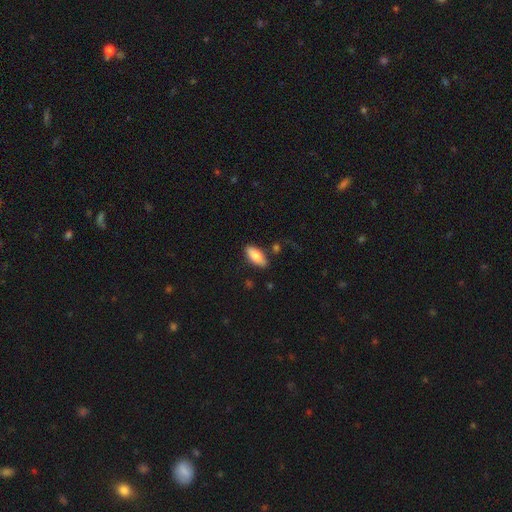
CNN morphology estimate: type=smooth (83%); roundness=in between (86%); merging=none (82%).